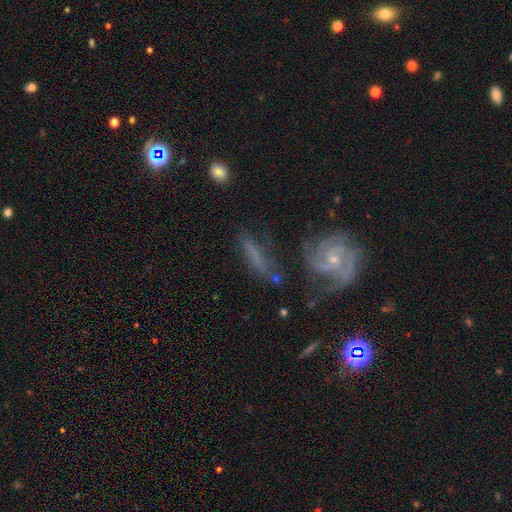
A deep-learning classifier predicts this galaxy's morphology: type=featured or disk (61%); edge-on=no (79%); merging=none (59%).